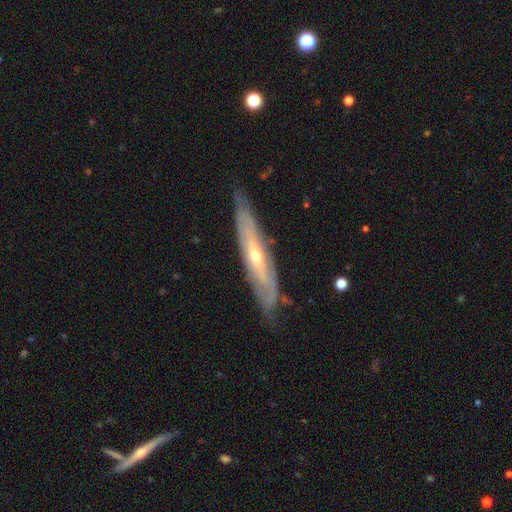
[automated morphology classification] Q: Smooth or featured?
A: featured or disk (74%); runner-up: smooth (20%)
Q: Edge-on disk?
A: yes (54%); runner-up: no (46%)
Q: Merging?
A: none (75%); runner-up: minor disturbance (18%)